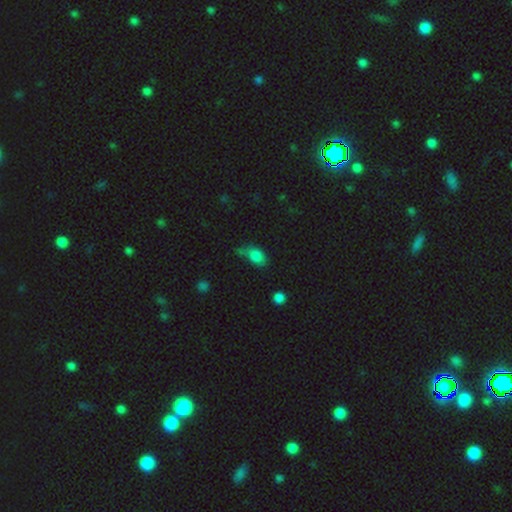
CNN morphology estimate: Smooth or featured? smooth (80%)
How rounded? in between (80%)
Merging? none (42%)